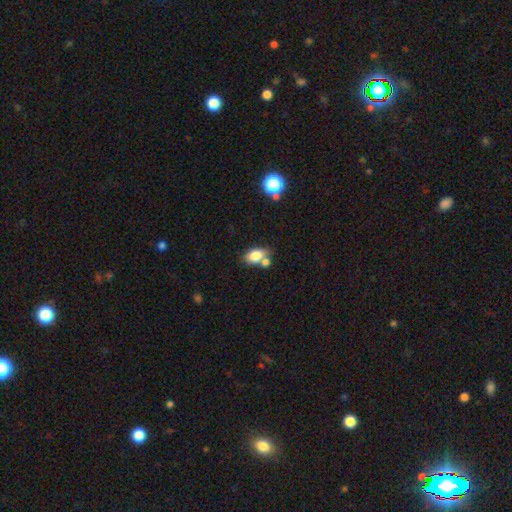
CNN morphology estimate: type=smooth (79%); roundness=in between (84%); merging=none (50%).